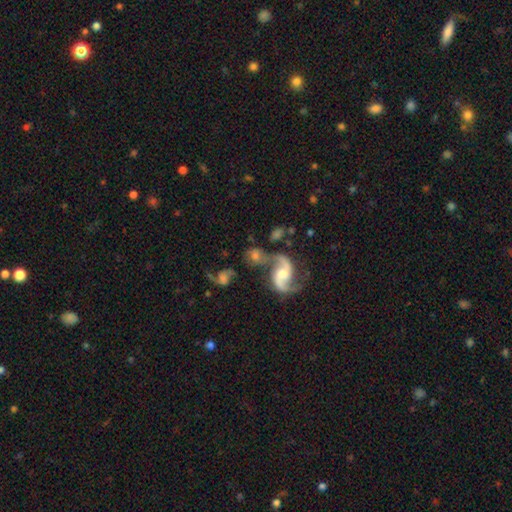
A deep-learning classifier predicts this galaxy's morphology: smooth_or_featured: featured or disk (p=0.73) [alt: smooth p=0.19]
disk_edge_on: no (p=0.96) [alt: yes p=0.04]
bar: no (p=0.50) [alt: weak p=0.38]
has_spiral_arms: yes (p=0.92) [alt: no p=0.08]
spiral_winding: loose (p=0.65) [alt: medium p=0.30]
spiral_arm_count: 2 (p=0.90) [alt: 1 p=0.04]
bulge_size: moderate (p=0.53) [alt: small p=0.27]
merging: none (p=0.42) [alt: merger p=0.36]